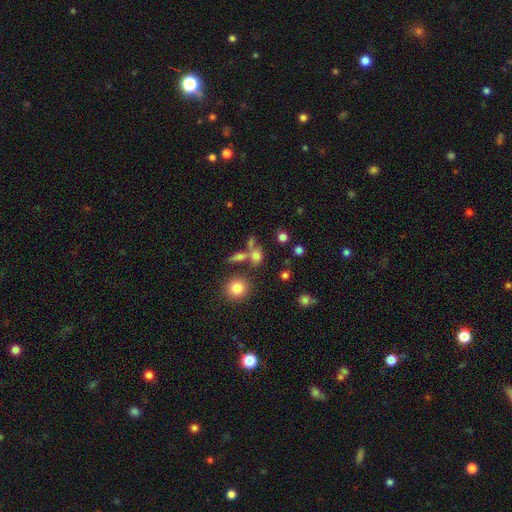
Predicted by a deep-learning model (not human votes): Smooth or featured: smooth — 73% (star or artifact — 16%)
How rounded: round — 60% (in between — 36%)
Merging: none — 53% (merger — 30%)